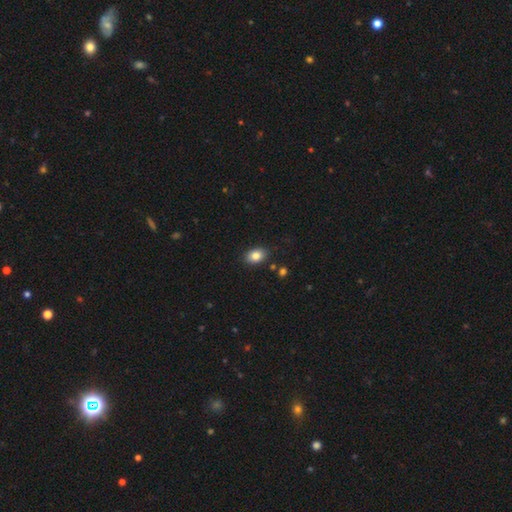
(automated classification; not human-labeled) smooth-or-featured: smooth: 83% | star or artifact: 9% | featured or disk: 8%
  how-rounded: in between: 80% | round: 19% | cigar-shaped: 1%
  merging: none: 86% | minor disturbance: 9% | merger: 2% | major disturbance: 2%